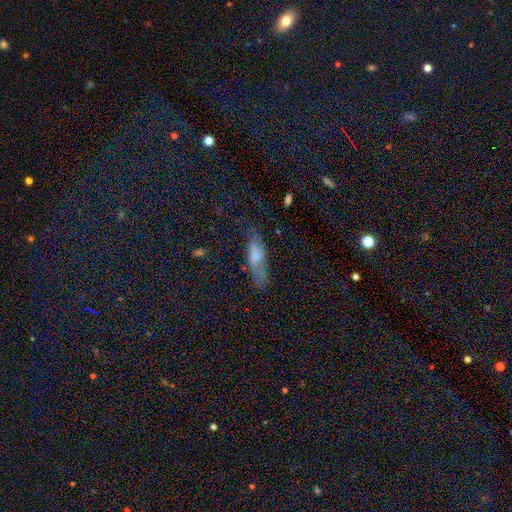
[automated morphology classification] This is likely a smooth galaxy (63%). How rounded: possibly in between (49%). Merging: possibly none (54%).